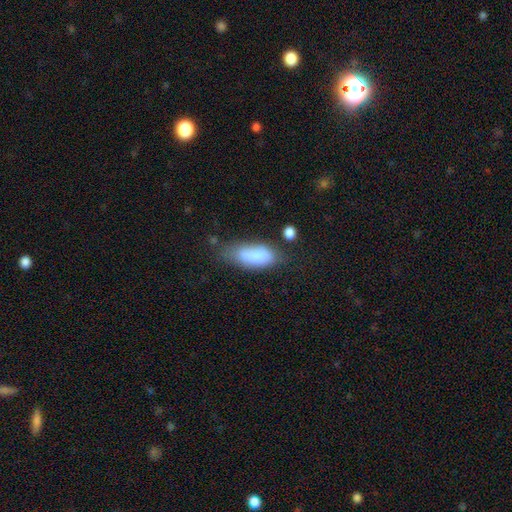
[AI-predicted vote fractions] smooth-or-featured: smooth: 81% | featured or disk: 12% | star or artifact: 7%
  how-rounded: in between: 80% | cigar-shaped: 17% | round: 2%
  merging: none: 49% | minor disturbance: 31% | major disturbance: 12% | merger: 8%